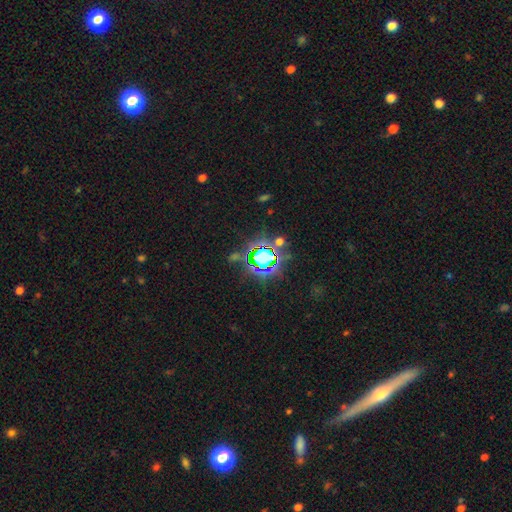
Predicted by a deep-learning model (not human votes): Morphology: type=star or artifact (72%).